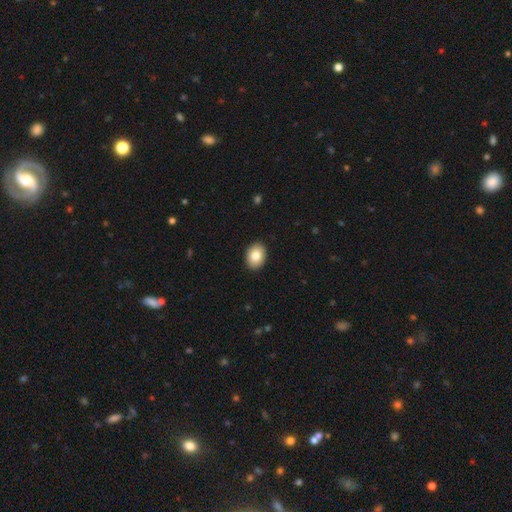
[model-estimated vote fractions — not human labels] Smooth or featured?
  - smooth: 82% *
  - featured or disk: 10%
  - star or artifact: 8%
How rounded?
  - in between: 70% *
  - round: 30%
  - cigar-shaped: 1%
Merging?
  - none: 91% *
  - minor disturbance: 7%
  - major disturbance: 2%
  - merger: 1%